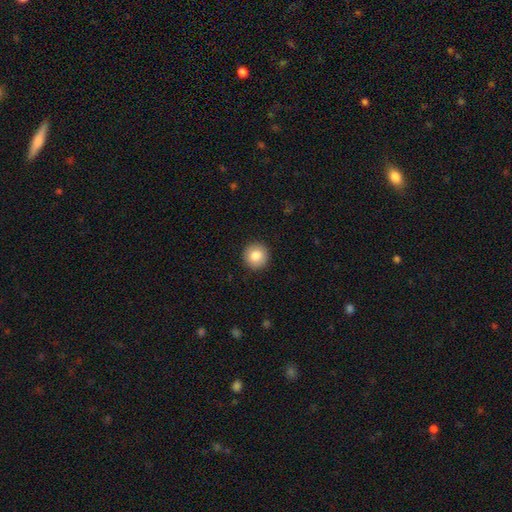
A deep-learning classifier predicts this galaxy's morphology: Smooth or featured? smooth (84%)
How rounded? round (95%)
Merging? none (92%)